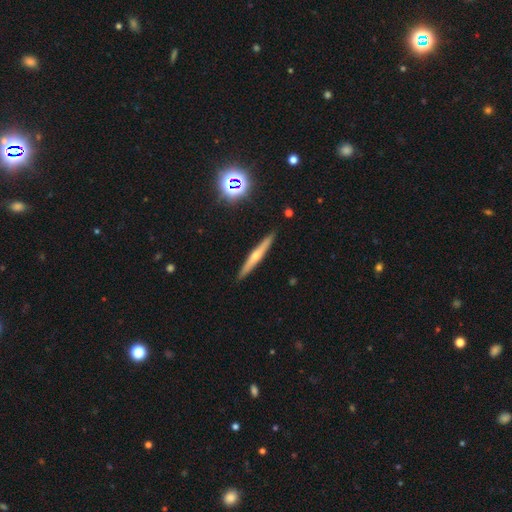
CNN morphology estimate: The model was most divided on "smooth or featured": featured or disk: 59%, smooth: 31%, star or artifact: 9%. More confident: edge-on disk — yes (97%); merging — none (91%); edge-on bulge — rounded (80%).